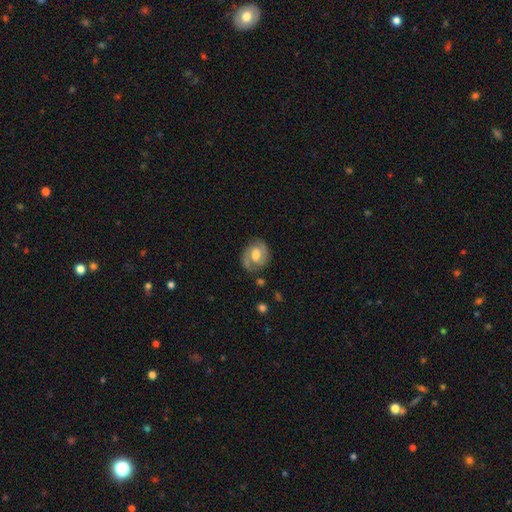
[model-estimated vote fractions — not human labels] featured or disk 70%, smooth 24%, star or artifact 6%. Down the decision tree: edge-on disk — no (97%); bar — weak (44%); spiral arms — yes (84%); spiral arm count — 2 (83%); spiral winding — tight (44%, tied with medium); bulge size — moderate (60%); merging — none (75%).